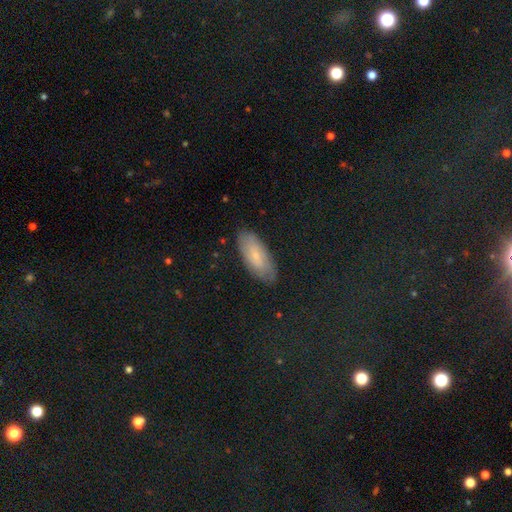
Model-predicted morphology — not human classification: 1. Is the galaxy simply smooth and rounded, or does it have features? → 66% smooth, 24% featured or disk, 10% star or artifact.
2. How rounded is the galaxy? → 82% in between, 16% cigar-shaped, 2% round.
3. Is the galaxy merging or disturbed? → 84% none, 12% minor disturbance, 3% major disturbance, 1% merger.